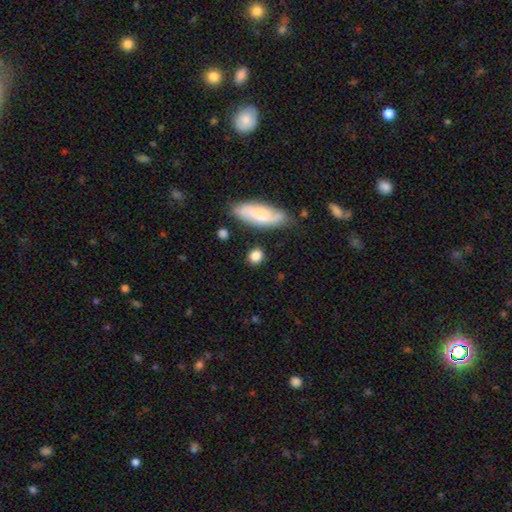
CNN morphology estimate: Smooth or featured? Predicted: smooth (p=0.82). How rounded? Predicted: round (p=0.64). Merging? Predicted: none (p=0.79).